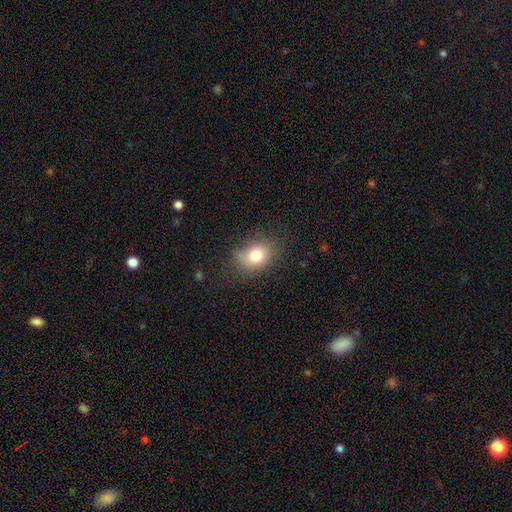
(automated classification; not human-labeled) A smooth galaxy with no disk features (77%) that is in between round and cigar-shaped (62%). Merging: none (70%).